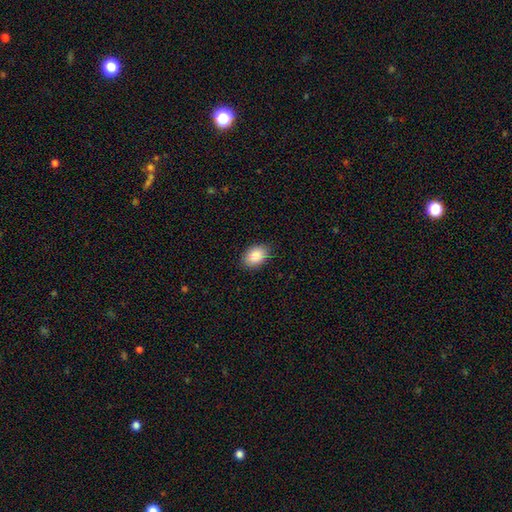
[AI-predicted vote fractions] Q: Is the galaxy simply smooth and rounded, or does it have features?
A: smooth — 88%.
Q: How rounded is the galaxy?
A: in between — 84%.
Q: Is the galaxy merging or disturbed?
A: none — 86%.